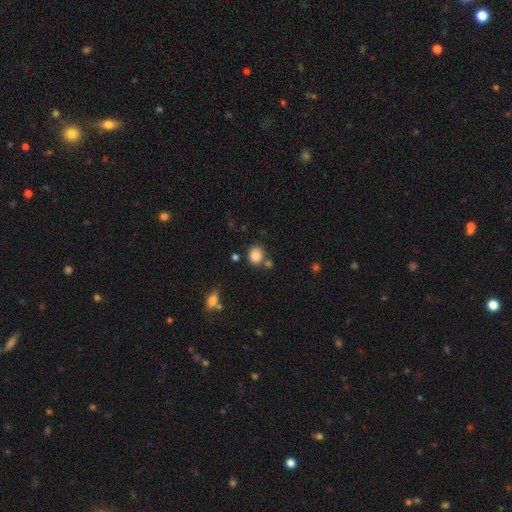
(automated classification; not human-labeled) Morphology: type=smooth (85%); roundness=round (73%); merging=none (71%).